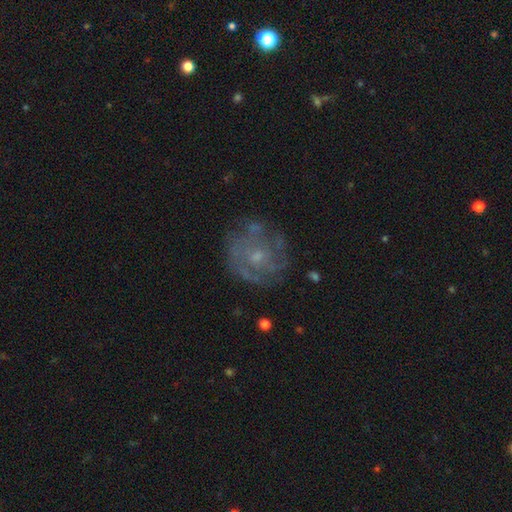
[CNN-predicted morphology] Q: Smooth or featured?
A: featured or disk (68%); runner-up: smooth (21%)
Q: Edge-on disk?
A: no (98%); runner-up: yes (2%)
Q: Bar?
A: no (78%); runner-up: weak (19%)
Q: Spiral arms?
A: yes (65%); runner-up: no (35%)
Q: Bulge size?
A: small (61%); runner-up: moderate (30%)
Q: Merging?
A: none (71%); runner-up: minor disturbance (17%)